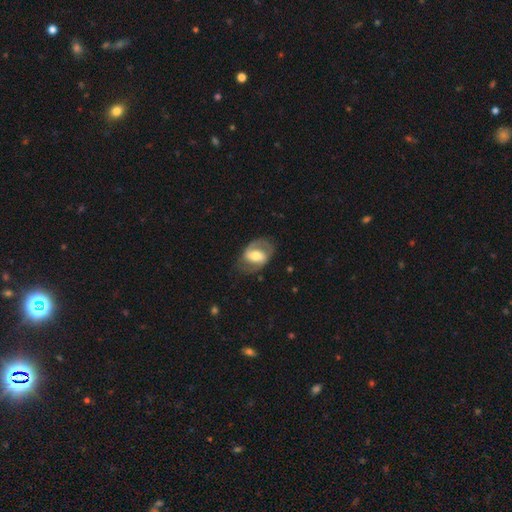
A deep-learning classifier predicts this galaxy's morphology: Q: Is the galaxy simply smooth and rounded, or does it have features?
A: featured or disk — 68%.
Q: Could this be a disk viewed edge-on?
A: no — 96%.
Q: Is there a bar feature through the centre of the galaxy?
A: weak — 41%.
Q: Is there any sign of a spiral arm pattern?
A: yes — 81%.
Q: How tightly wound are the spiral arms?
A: medium — 49%.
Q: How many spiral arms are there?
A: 2 — 82%.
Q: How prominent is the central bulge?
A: moderate — 60%.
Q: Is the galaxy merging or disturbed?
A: none — 67%.